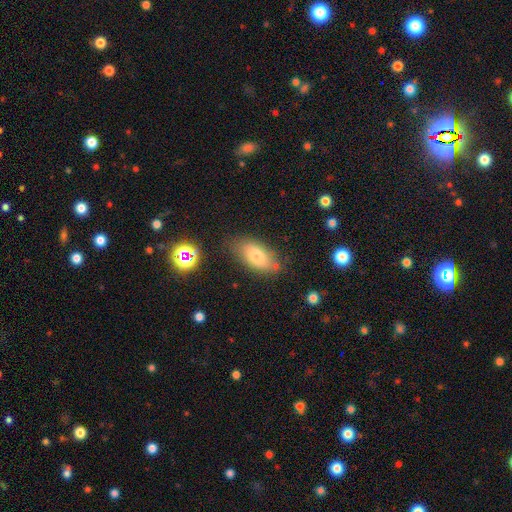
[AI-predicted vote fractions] The model was most divided on "merging": none: 74%, minor disturbance: 17%, major disturbance: 5%, merger: 4%. More confident: how rounded — in between (90%); smooth or featured — smooth (75%).